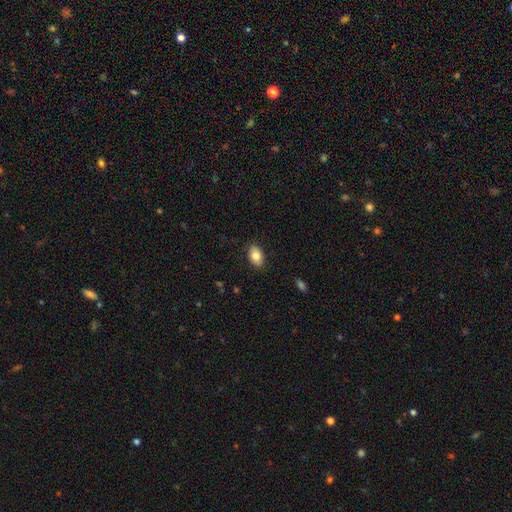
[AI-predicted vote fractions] This appears to be a smooth galaxy with no disk features (81%) that is in between round and cigar-shaped (90%). Merging: none (87%).